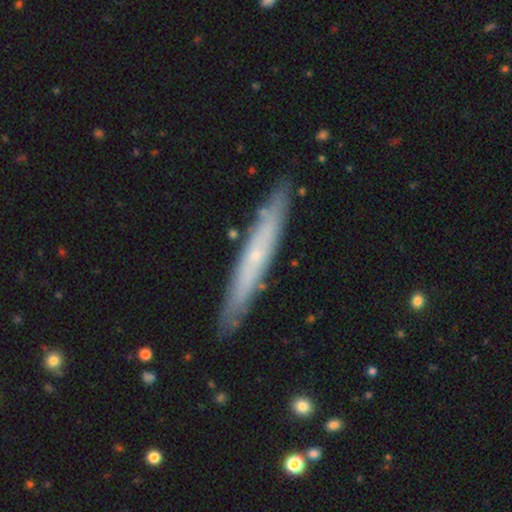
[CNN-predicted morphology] Smooth or featured? Predicted: featured or disk (p=0.60). Edge-on disk? Predicted: yes (p=0.80). Merging? Predicted: none (p=0.87).